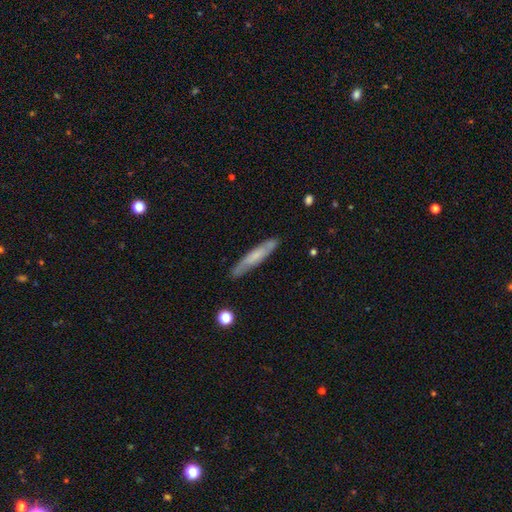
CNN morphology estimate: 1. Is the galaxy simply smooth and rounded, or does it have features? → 50% smooth, 44% featured or disk, 7% star or artifact.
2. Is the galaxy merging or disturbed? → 82% none, 13% minor disturbance, 3% major disturbance, 2% merger.